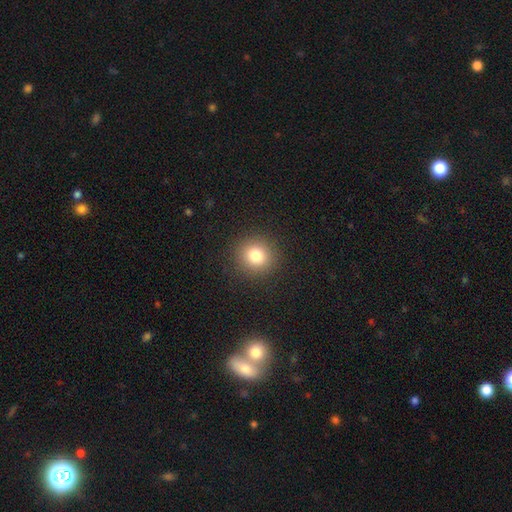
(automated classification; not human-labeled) Smooth or featured?
  - smooth: 80% *
  - star or artifact: 12%
  - featured or disk: 7%
How rounded?
  - round: 91% *
  - in between: 8%
  - cigar-shaped: 1%
Merging?
  - none: 91% *
  - minor disturbance: 6%
  - major disturbance: 3%
  - merger: 1%